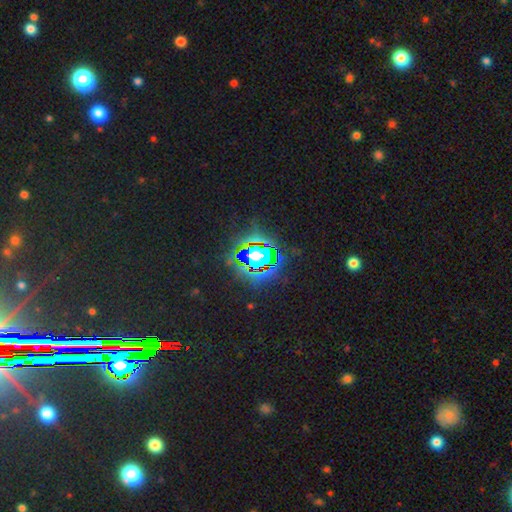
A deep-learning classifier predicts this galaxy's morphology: Q: Smooth or featured?
A: star or artifact (67%); runner-up: smooth (17%)